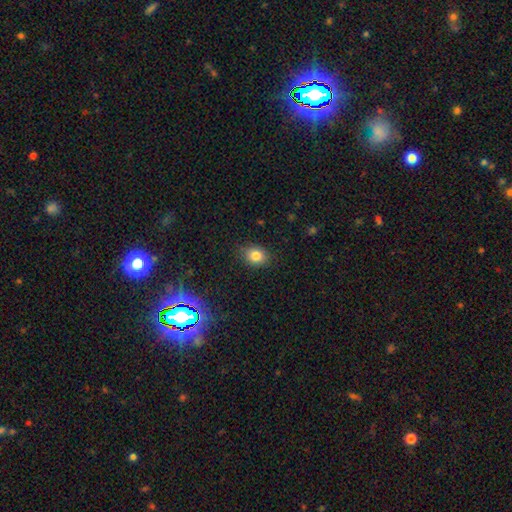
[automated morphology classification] Smooth or featured: smooth — 82% (star or artifact — 11%)
How rounded: round — 52% (in between — 47%)
Merging: none — 84% (minor disturbance — 12%)